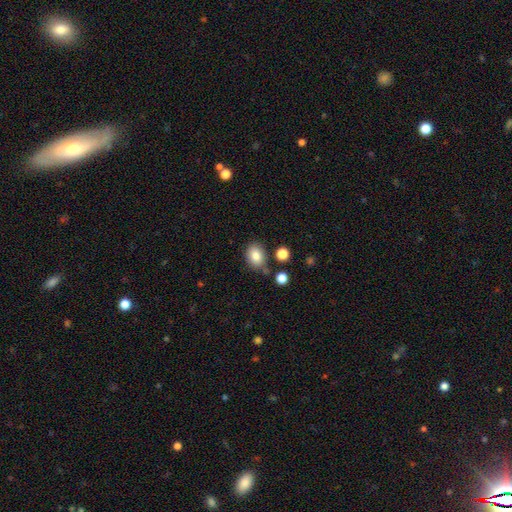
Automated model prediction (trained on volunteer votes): Overall: smooth (84%). How rounded: in between (67%; round 32%). Merging: none (77%).